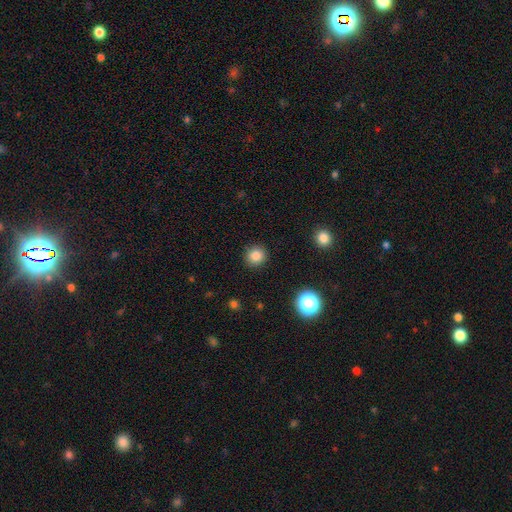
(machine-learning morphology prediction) Smooth or featured: smooth — 84% (star or artifact — 12%)
How rounded: round — 91% (in between — 9%)
Merging: none — 91% (minor disturbance — 6%)